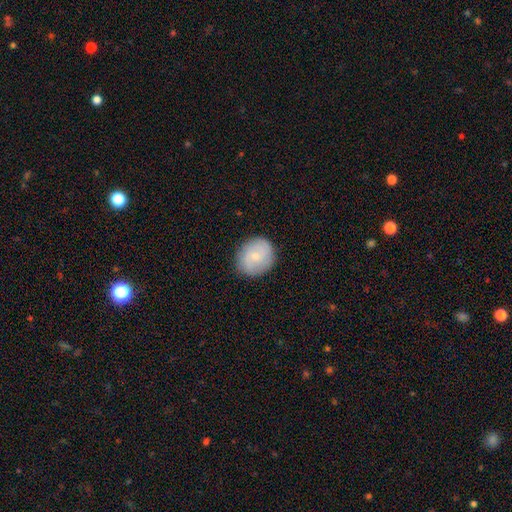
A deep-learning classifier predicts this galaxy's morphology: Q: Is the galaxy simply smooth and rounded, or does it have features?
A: smooth — 66%.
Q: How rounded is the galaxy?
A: round — 74%.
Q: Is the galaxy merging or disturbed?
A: none — 86%.